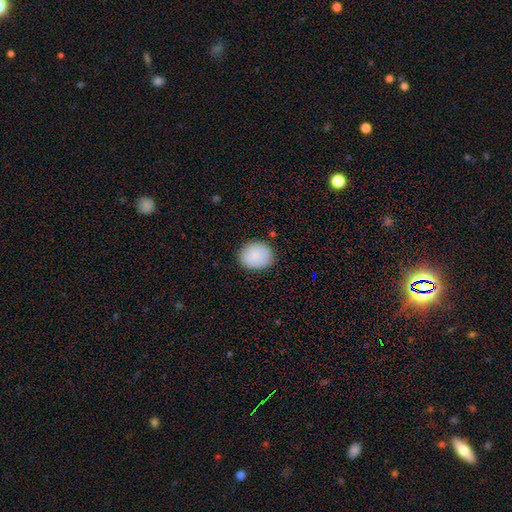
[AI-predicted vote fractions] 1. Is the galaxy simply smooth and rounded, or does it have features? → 86% smooth, 7% star or artifact, 7% featured or disk.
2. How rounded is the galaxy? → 61% round, 38% in between, 1% cigar-shaped.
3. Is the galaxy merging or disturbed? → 84% none, 12% minor disturbance, 3% major disturbance, 1% merger.